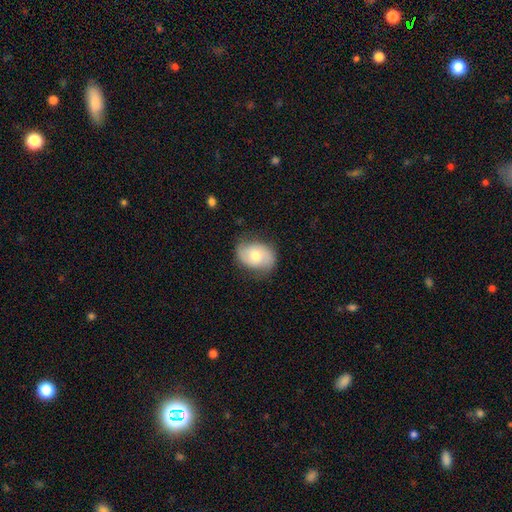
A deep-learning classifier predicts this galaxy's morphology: This appears to be a smooth galaxy with no disk features (53%) that is in between round and cigar-shaped (72%). Merging: none (71%).